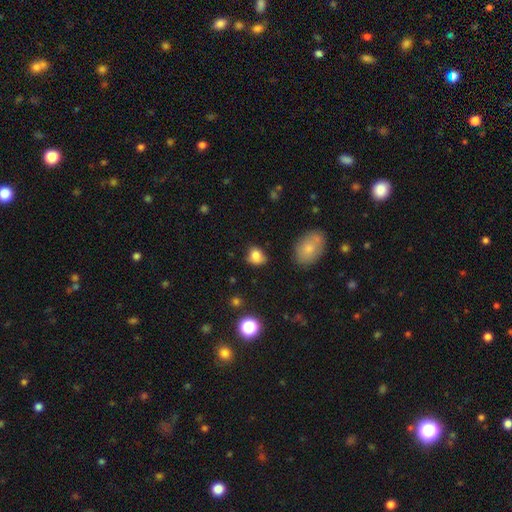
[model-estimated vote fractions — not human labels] Smooth or featured? Predicted: smooth (p=0.80). How rounded? Predicted: round (p=0.50). Merging? Predicted: none (p=0.62).